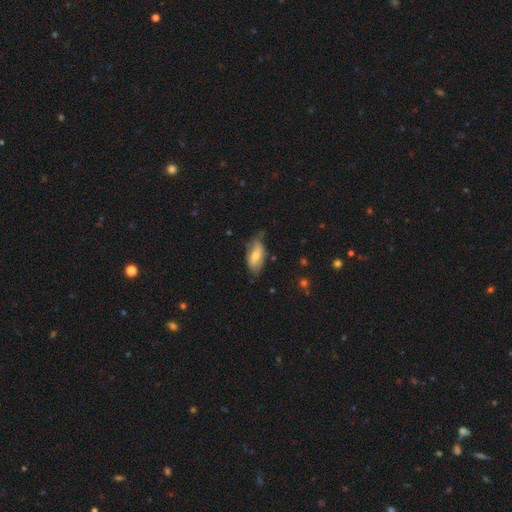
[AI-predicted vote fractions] Smooth or featured?
  - smooth: 67% *
  - featured or disk: 27%
  - star or artifact: 6%
How rounded?
  - in between: 88% *
  - cigar-shaped: 10%
  - round: 3%
Merging?
  - none: 58% *
  - minor disturbance: 32%
  - major disturbance: 7%
  - merger: 2%